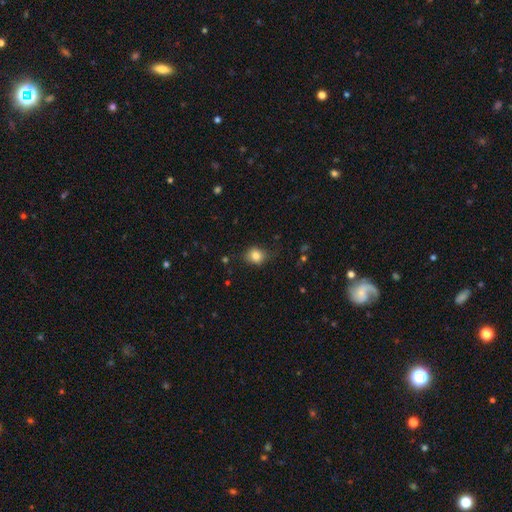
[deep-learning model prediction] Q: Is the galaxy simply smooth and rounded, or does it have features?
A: smooth — 83%.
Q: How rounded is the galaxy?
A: round — 62%.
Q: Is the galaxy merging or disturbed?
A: none — 75%.